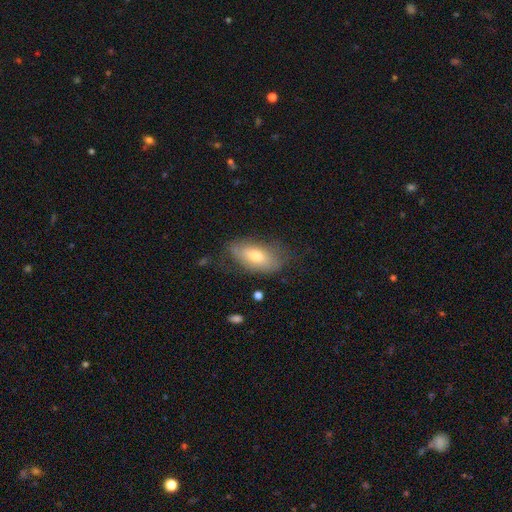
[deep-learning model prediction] Smooth or featured?
  - smooth: 67% *
  - featured or disk: 26%
  - star or artifact: 7%
How rounded?
  - in between: 90% *
  - cigar-shaped: 6%
  - round: 4%
Merging?
  - none: 61% *
  - minor disturbance: 27%
  - major disturbance: 10%
  - merger: 2%